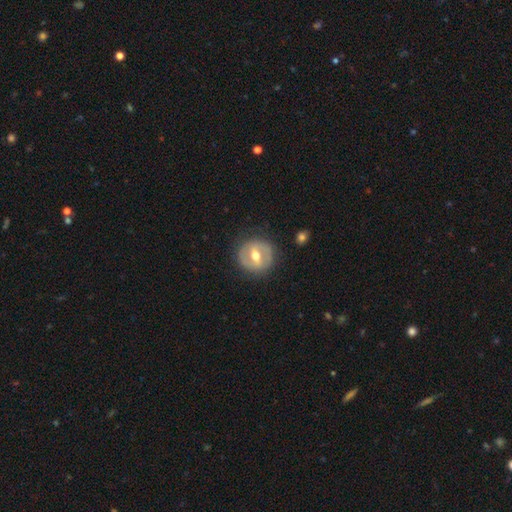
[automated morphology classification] featured or disk 61%, smooth 33%, star or artifact 6%. Down the decision tree: edge-on disk — no (94%); bar — strong (43%); spiral arms — no (63%); bulge size — moderate (78%); merging — none (83%).